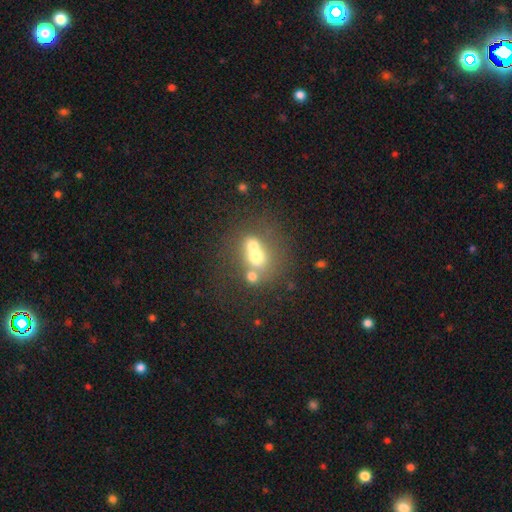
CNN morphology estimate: Smooth or featured?
  - smooth: 59% *
  - featured or disk: 26%
  - star or artifact: 15%
How rounded?
  - round: 72% *
  - in between: 28%
  - cigar-shaped: 1%
Merging?
  - merger: 61% *
  - none: 29%
  - minor disturbance: 6%
  - major disturbance: 5%